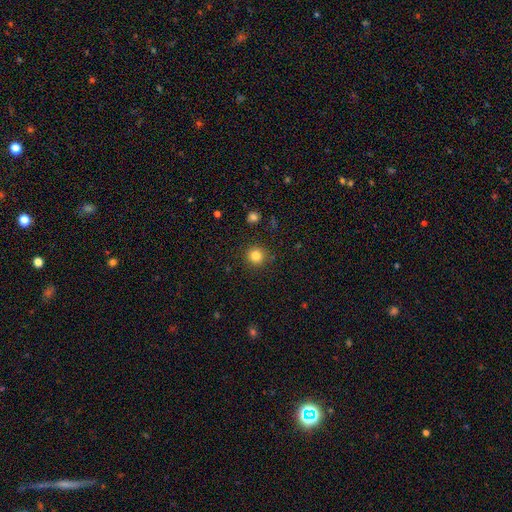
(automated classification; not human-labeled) The model was most divided on "smooth or featured": smooth: 83%, star or artifact: 12%, featured or disk: 5%. More confident: how rounded — round (94%); merging — none (90%).